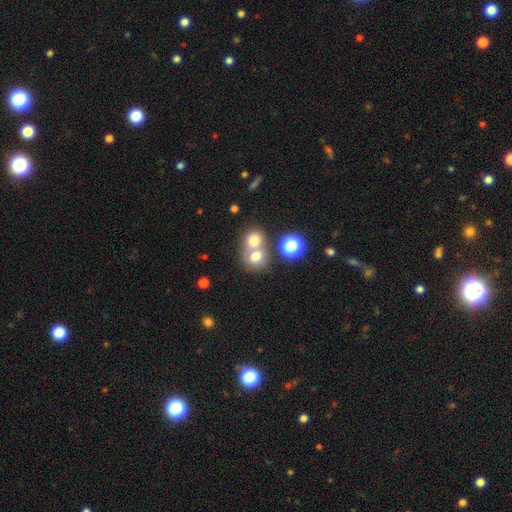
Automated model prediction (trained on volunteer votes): This is likely a smooth galaxy (71%). How rounded: likely round (75%). Merging: possibly merger (54%).